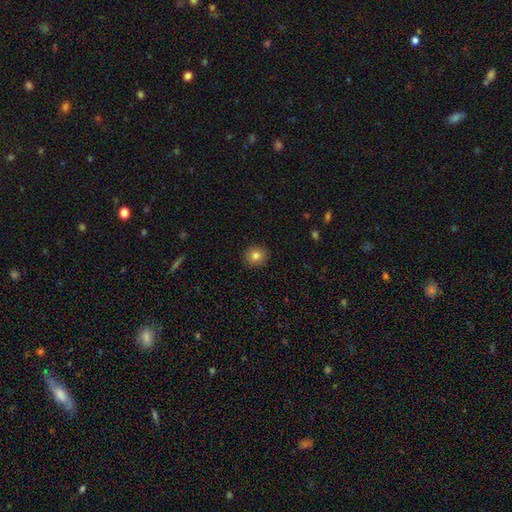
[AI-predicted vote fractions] A smooth galaxy with no disk features (82%) that is round (85%).

Vote fractions:
- Smooth or featured? smooth: 82% / star or artifact: 11% / featured or disk: 7%
- How rounded? round: 85% / in between: 14% / cigar-shaped: 1%
- Merging? none: 91% / minor disturbance: 6% / major disturbance: 2% / merger: 1%